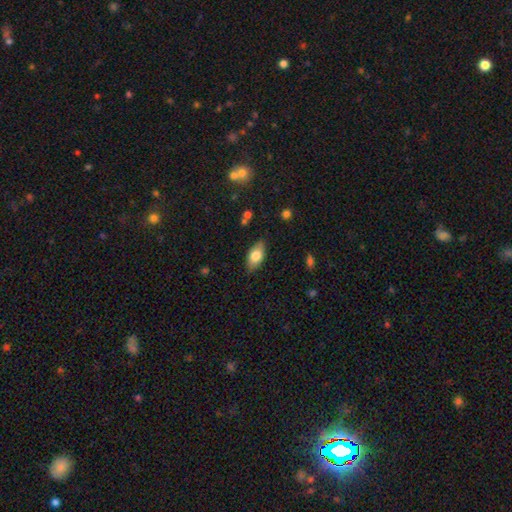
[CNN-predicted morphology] Smooth or featured? Predicted: smooth (p=0.77). How rounded? Predicted: in between (p=0.90). Merging? Predicted: none (p=0.83).